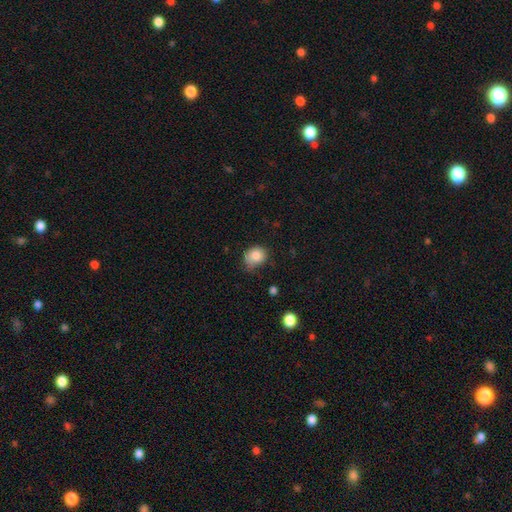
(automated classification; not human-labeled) A smooth galaxy with no disk features (82%) that is round (59%).

Vote fractions:
- Smooth or featured? smooth: 82% / star or artifact: 9% / featured or disk: 9%
- How rounded? round: 59% / in between: 40% / cigar-shaped: 1%
- Merging? none: 49% / minor disturbance: 38% / major disturbance: 10% / merger: 3%